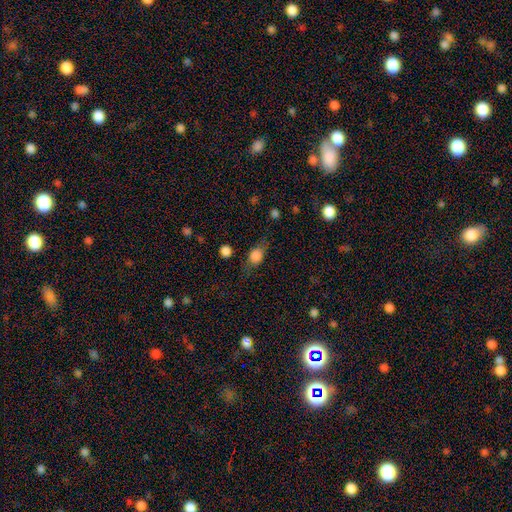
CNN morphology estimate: type=smooth (75%); roundness=in between (53%); merging=none (65%).